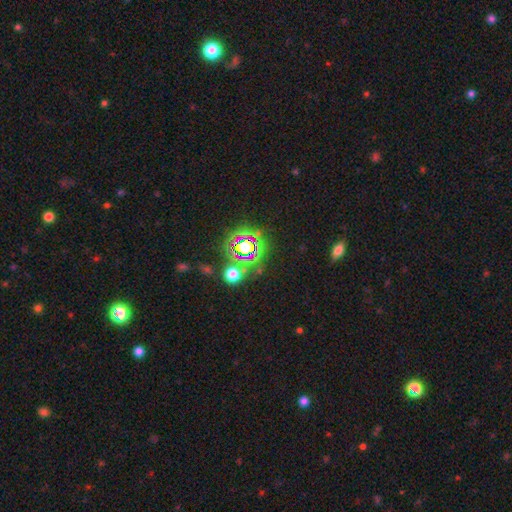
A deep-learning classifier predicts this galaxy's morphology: Smooth or featured: star or artifact — 63% (smooth — 27%)